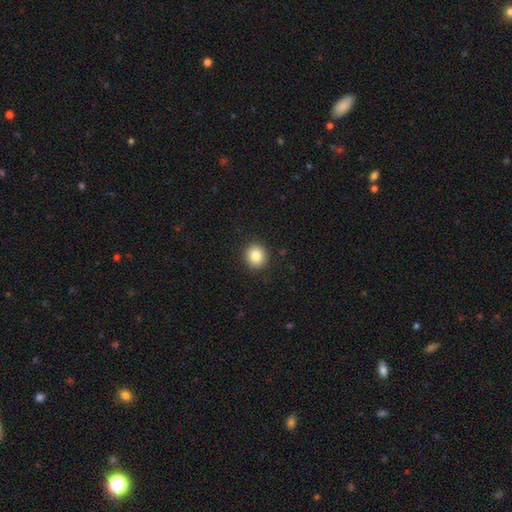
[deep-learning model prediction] Morphology: type=smooth (84%); roundness=round (84%); merging=none (91%).